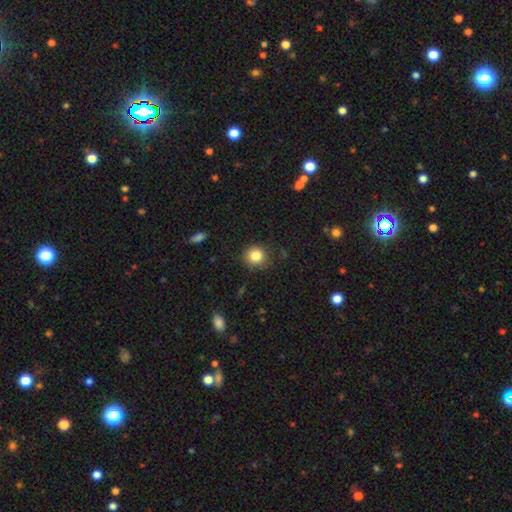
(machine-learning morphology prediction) Q: Smooth or featured?
A: smooth (83%); runner-up: star or artifact (11%)
Q: How rounded?
A: round (89%); runner-up: in between (10%)
Q: Merging?
A: none (84%); runner-up: minor disturbance (12%)